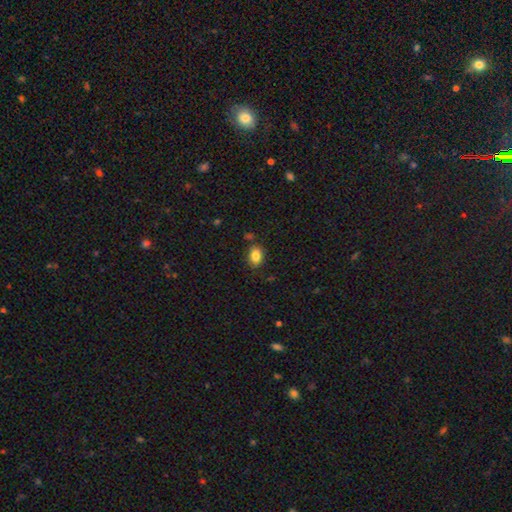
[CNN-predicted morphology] Smooth or featured? Predicted: smooth (p=0.84). How rounded? Predicted: in between (p=0.77). Merging? Predicted: none (p=0.81).